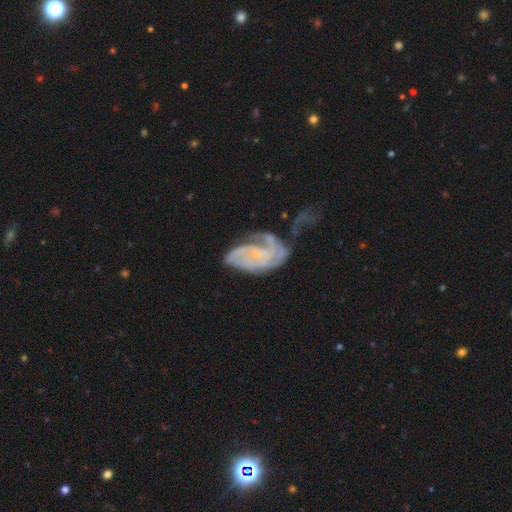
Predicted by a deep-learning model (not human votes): smooth-or-featured: featured or disk: 72% | smooth: 17% | star or artifact: 11%
  disk-edge-on: no: 96% | yes: 4%
    bar: no: 60% | weak: 29% | strong: 11%
    has-spiral-arms: yes: 83% | no: 17%
      spiral-winding: tight: 48% | medium: 35% | loose: 17%
      spiral-arm-count: can't tell: 33% | 2: 26% | 3: 21% | 1: 8% | 4: 7% | more than 4: 5%
    bulge-size: none: 46% | small: 41% | moderate: 9% | large: 2% | dominant: 1%
  merging: none: 38% | major disturbance: 26% | minor disturbance: 23% | merger: 12%